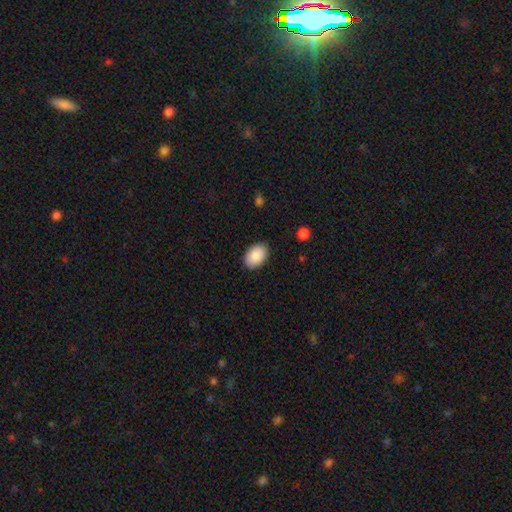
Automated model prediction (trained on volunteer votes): A smooth galaxy with no disk features (89%) that is in between round and cigar-shaped (90%).

Vote fractions:
- Smooth or featured? smooth: 89% / star or artifact: 6% / featured or disk: 5%
- How rounded? in between: 90% / round: 9% / cigar-shaped: 1%
- Merging? none: 88% / minor disturbance: 9% / major disturbance: 2% / merger: 1%